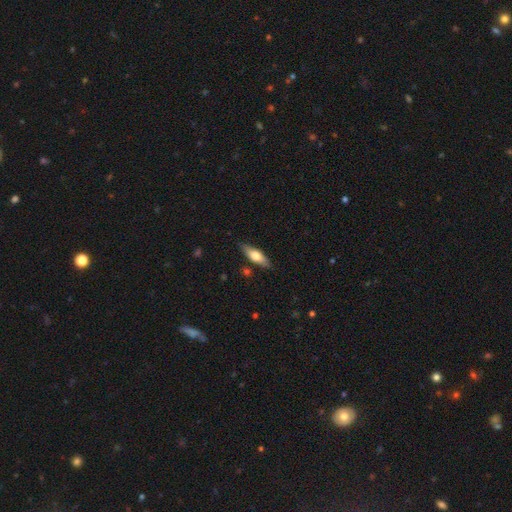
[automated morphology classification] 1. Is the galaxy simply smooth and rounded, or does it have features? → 57% smooth, 37% featured or disk, 6% star or artifact.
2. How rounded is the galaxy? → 49% cigar-shaped, 48% in between, 2% round.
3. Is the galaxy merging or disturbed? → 84% none, 11% minor disturbance, 2% major disturbance, 2% merger.